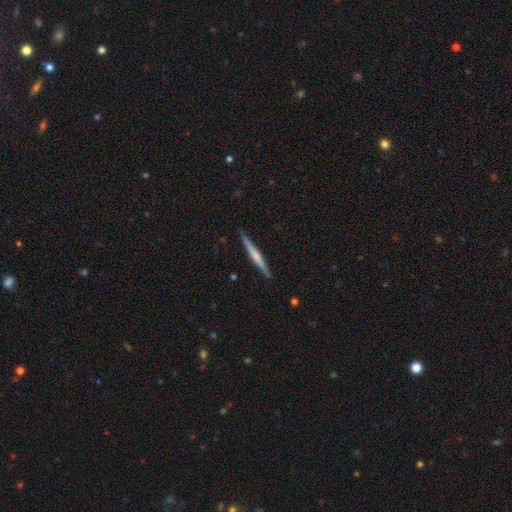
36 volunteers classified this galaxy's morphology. Smooth or featured?
  - featured or disk: 50% *
  - smooth: 47%
  - star or artifact: 3%
Edge-on disk?
  - yes: 100% *
  - no: 0%
Edge-on bulge?
  - none: 67% *
  - rounded: 33%
  - boxy: 0%
Merging?
  - none: 91% *
  - minor disturbance: 9%
  - major disturbance: 0%
  - merger: 0%